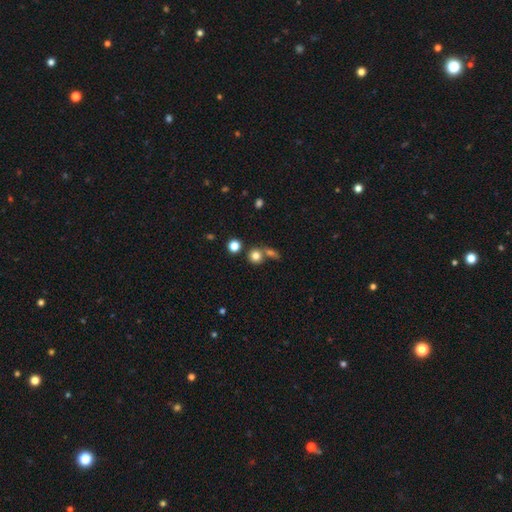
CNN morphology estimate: The model was most divided on "merging": none: 55%, merger: 33%, minor disturbance: 8%, major disturbance: 4%. More confident: how rounded — round (86%); smooth or featured — smooth (78%).